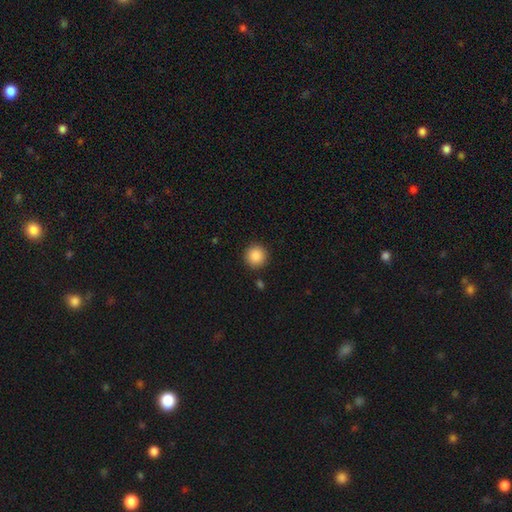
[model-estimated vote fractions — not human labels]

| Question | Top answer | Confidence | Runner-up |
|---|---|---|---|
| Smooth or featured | smooth | 88% | star or artifact (9%) |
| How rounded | round | 95% | in between (5%) |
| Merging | none | 90% | minor disturbance (6%) |